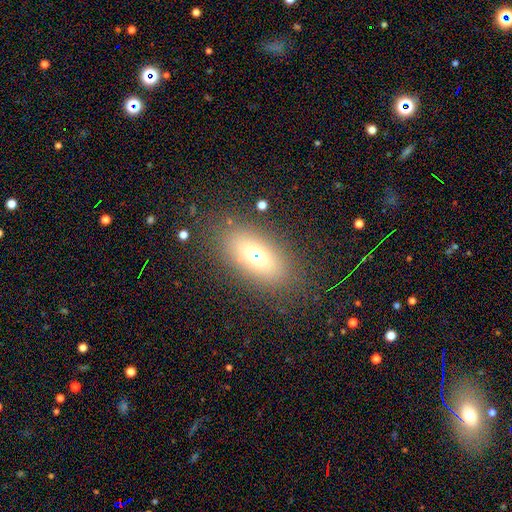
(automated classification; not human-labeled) This appears to be a smooth galaxy with no disk features (63%) that is in between round and cigar-shaped (79%). Merging: none (80%).